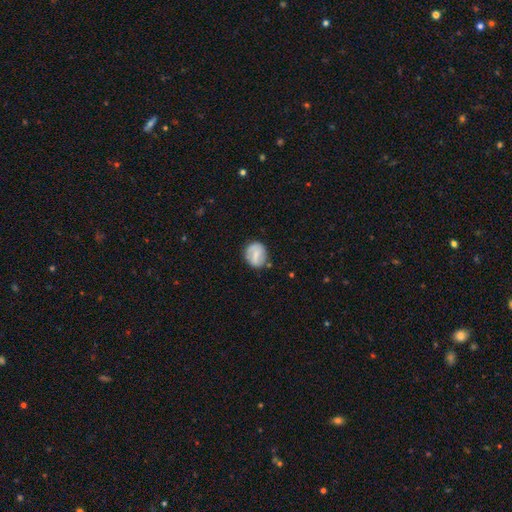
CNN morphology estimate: Smooth or featured: smooth — 54% (featured or disk — 39%)
How rounded: round — 69% (in between — 29%)
Merging: none — 72% (minor disturbance — 19%)